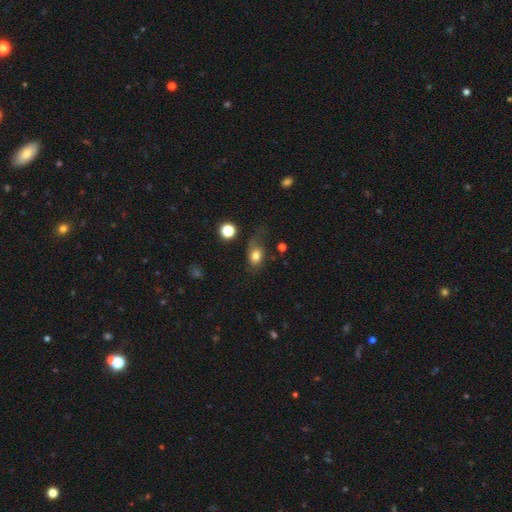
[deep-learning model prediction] smooth_or_featured: smooth (p=0.78) [alt: featured or disk p=0.12]
how_rounded: in between (p=0.72) [alt: round p=0.26]
merging: none (p=0.45) [alt: minor disturbance p=0.29]